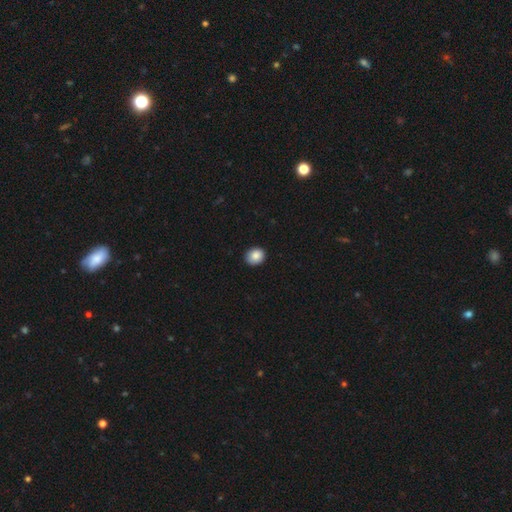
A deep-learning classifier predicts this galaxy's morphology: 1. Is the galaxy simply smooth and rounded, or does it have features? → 87% smooth, 8% star or artifact, 5% featured or disk.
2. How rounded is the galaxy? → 66% round, 33% in between, 1% cigar-shaped.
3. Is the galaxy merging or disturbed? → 89% none, 9% minor disturbance, 2% major disturbance, 1% merger.